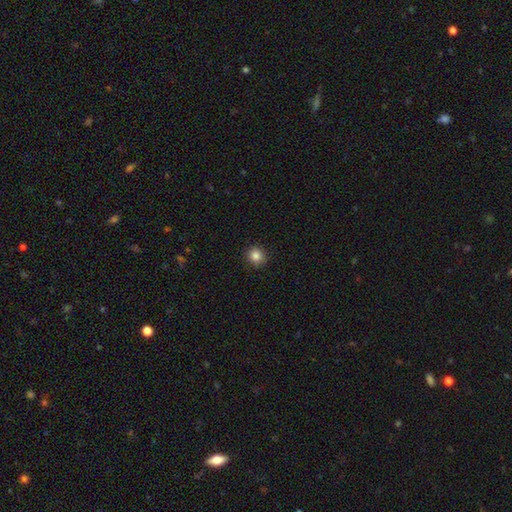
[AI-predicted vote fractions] Smooth or featured?
  - smooth: 84% *
  - star or artifact: 11%
  - featured or disk: 5%
How rounded?
  - round: 90% *
  - in between: 9%
  - cigar-shaped: 1%
Merging?
  - none: 92% *
  - minor disturbance: 6%
  - major disturbance: 2%
  - merger: 1%